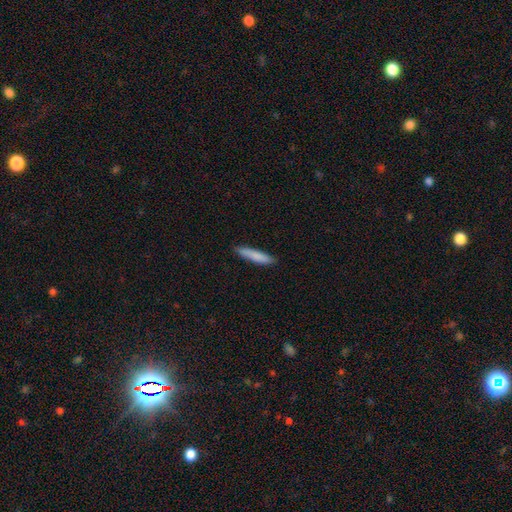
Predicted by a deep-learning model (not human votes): This is clearly a smooth galaxy (84%). How rounded: clearly cigar-shaped (88%). Merging: clearly none (87%).